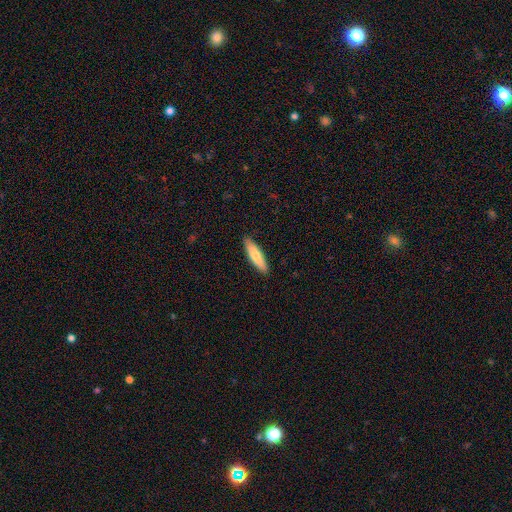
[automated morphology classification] A smooth galaxy with no disk features (75%) that is cigar-shaped (73%). Merging: none (89%).